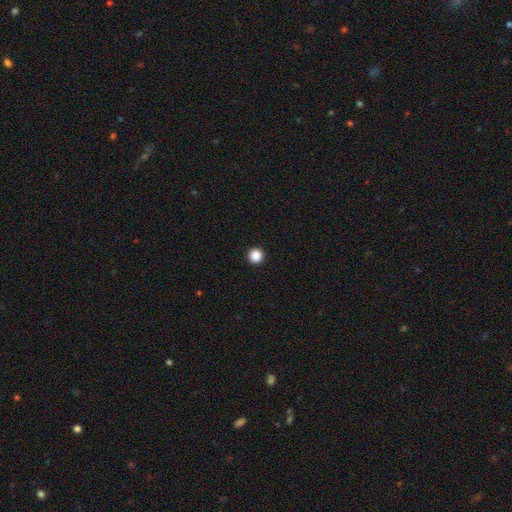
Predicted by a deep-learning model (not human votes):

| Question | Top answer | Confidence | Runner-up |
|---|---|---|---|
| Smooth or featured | smooth | 88% | star or artifact (10%) |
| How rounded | round | 97% | in between (2%) |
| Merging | none | 95% | minor disturbance (3%) |